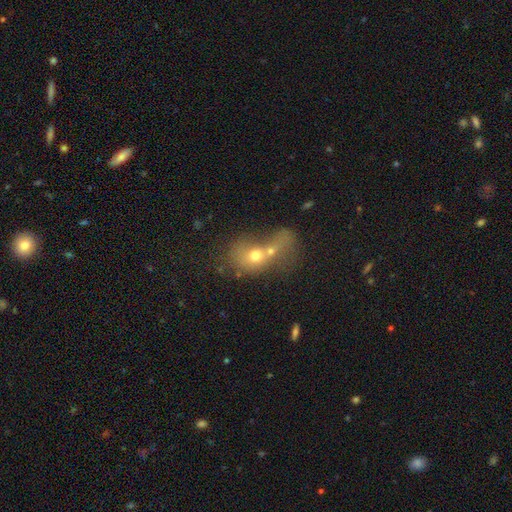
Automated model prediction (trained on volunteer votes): The model was most divided on "how rounded": round: 51%, in between: 46%, cigar-shaped: 2%. More confident: merging — merger (71%); smooth or featured — smooth (59%).